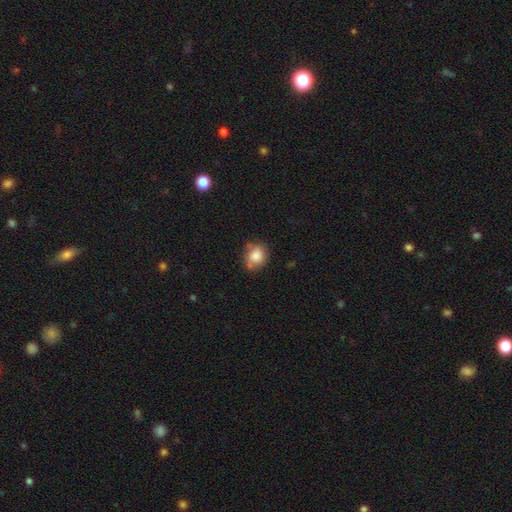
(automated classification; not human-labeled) smooth 79%, featured or disk 12%, star or artifact 9%. Down the decision tree: how rounded — round (64%); merging — none (58%).